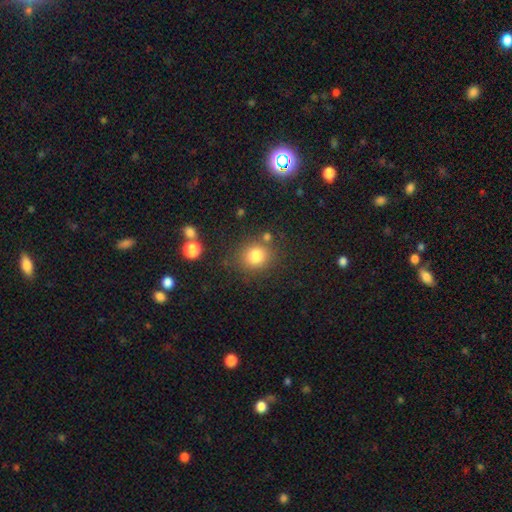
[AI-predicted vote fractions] Smooth or featured: smooth — 81% (star or artifact — 12%)
How rounded: round — 83% (in between — 16%)
Merging: none — 76% (minor disturbance — 11%)